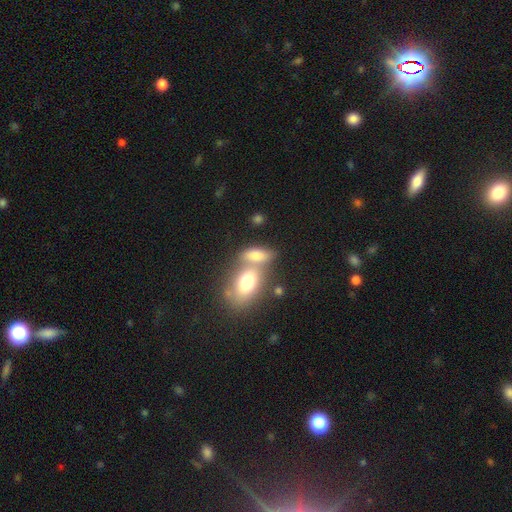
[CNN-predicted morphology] smooth_or_featured: smooth (p=0.75) [alt: featured or disk p=0.17]
how_rounded: in between (p=0.82) [alt: cigar-shaped p=0.11]
merging: merger (p=0.50) [alt: none p=0.36]